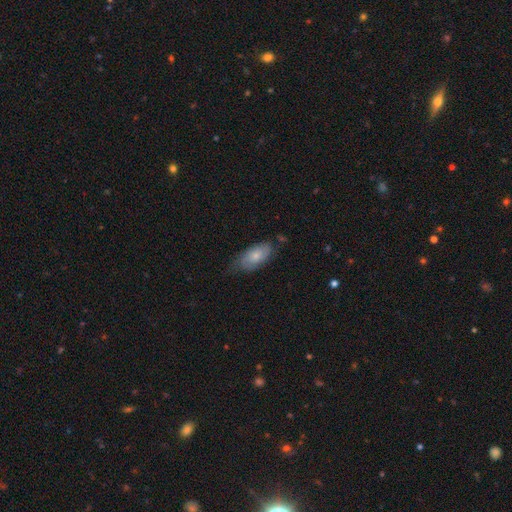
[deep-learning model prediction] Smooth or featured? smooth (66%)
How rounded? in between (89%)
Merging? none (58%)